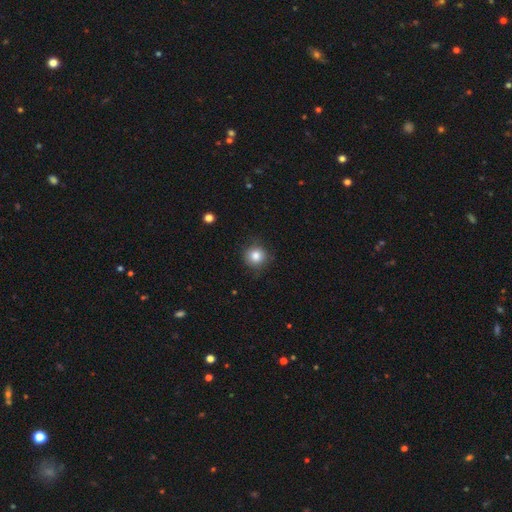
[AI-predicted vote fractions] A smooth galaxy with no disk features (83%) that is round (92%).

Vote fractions:
- Smooth or featured? smooth: 83% / star or artifact: 10% / featured or disk: 6%
- How rounded? round: 92% / in between: 7% / cigar-shaped: 1%
- Merging? none: 82% / minor disturbance: 13% / major disturbance: 3% / merger: 1%